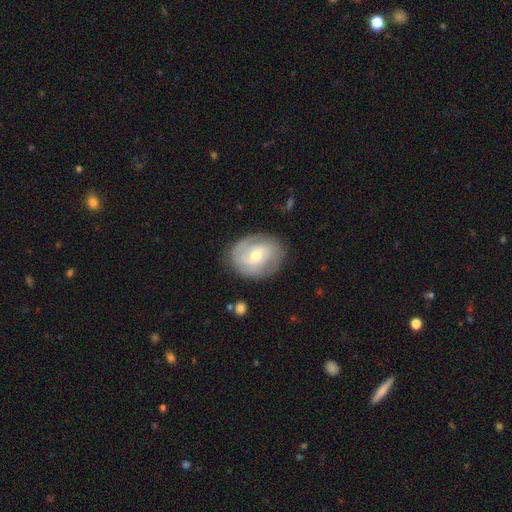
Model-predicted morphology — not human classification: featured or disk 75%, smooth 19%, star or artifact 6%. Down the decision tree: edge-on disk — no (97%); bar — no (47%); spiral arms — yes (91%); spiral arm count — 2 (44%); spiral winding — tight (46%); bulge size — moderate (58%); merging — none (78%).